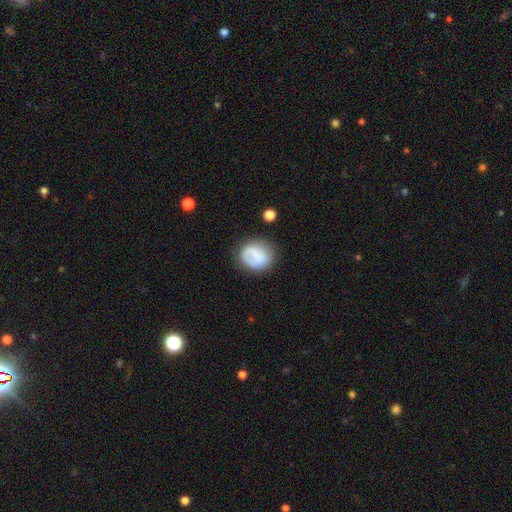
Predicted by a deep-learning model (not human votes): Smooth or featured: smooth — 70% (featured or disk — 22%)
How rounded: round — 72% (in between — 27%)
Merging: none — 69% (minor disturbance — 19%)